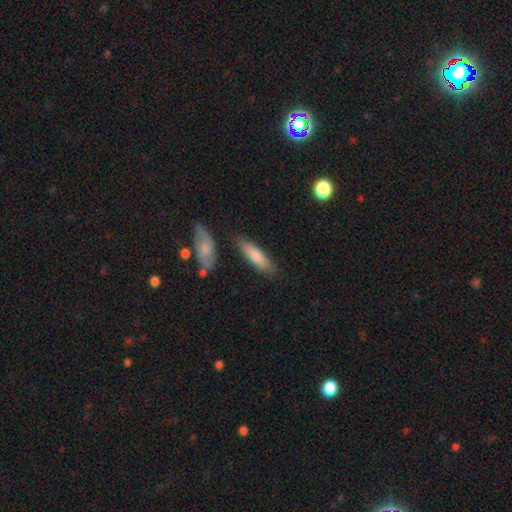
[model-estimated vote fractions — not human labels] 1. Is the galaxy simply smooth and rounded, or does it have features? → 77% smooth, 17% featured or disk, 5% star or artifact.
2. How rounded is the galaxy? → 62% cigar-shaped, 36% in between, 2% round.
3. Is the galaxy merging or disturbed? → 78% none, 14% minor disturbance, 5% merger, 3% major disturbance.